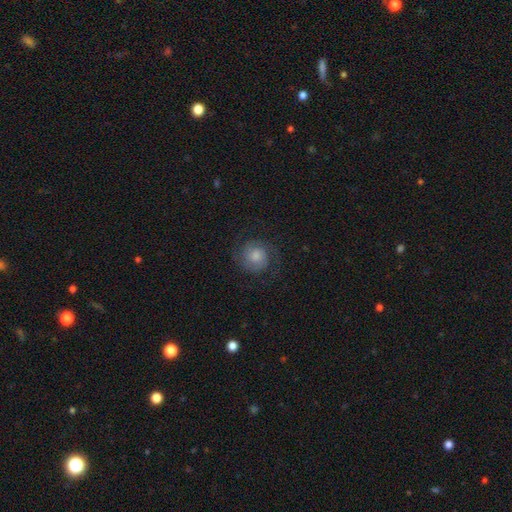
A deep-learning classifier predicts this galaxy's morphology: Smooth or featured? featured or disk (60%)
Edge-on disk? no (98%)
Bar? no (74%)
Spiral arms? yes (92%)
Spiral winding? tight (50%)
Spiral arm count? 2 (74%)
Bulge size? moderate (48%)
Merging? none (78%)